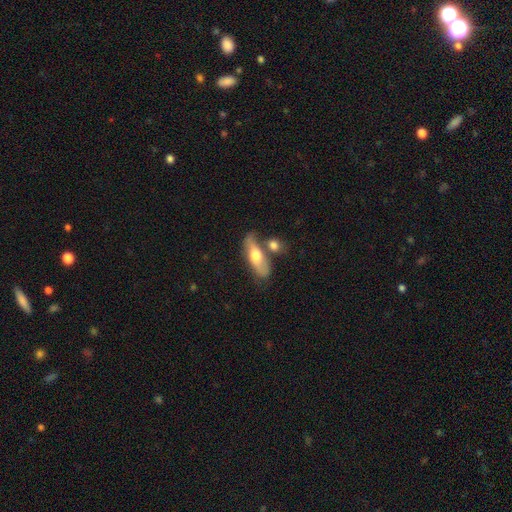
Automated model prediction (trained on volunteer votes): The model was most divided on "smooth or featured": smooth: 51%, featured or disk: 43%, star or artifact: 6%. More confident: how rounded — in between (58%); merging — none (56%).